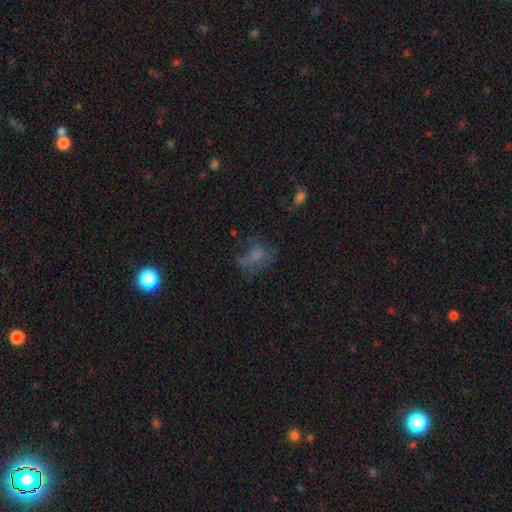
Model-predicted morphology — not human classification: Smooth or featured? Predicted: smooth (p=0.50). Merging? Predicted: none (p=0.39).